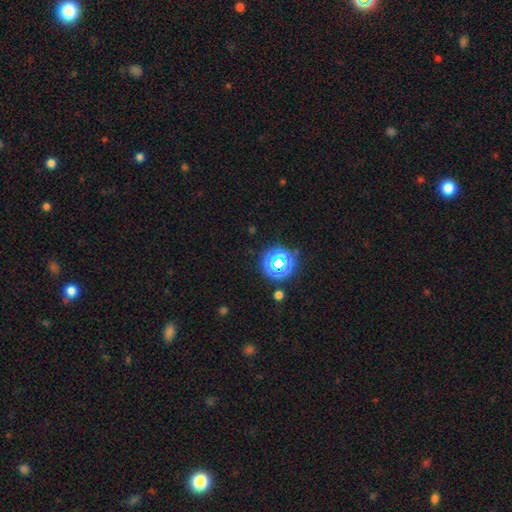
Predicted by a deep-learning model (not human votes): A smooth galaxy with no disk features (49%). Merging: none (89%).